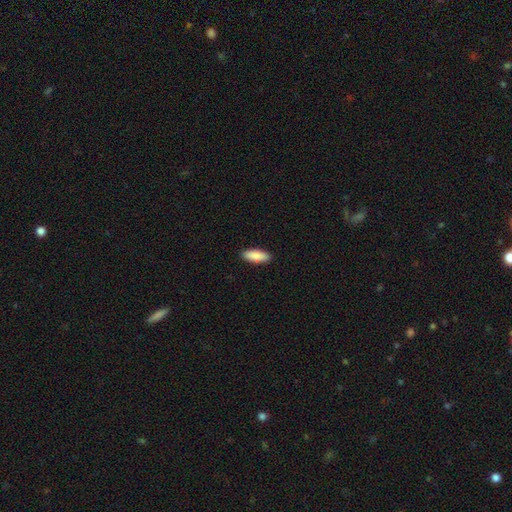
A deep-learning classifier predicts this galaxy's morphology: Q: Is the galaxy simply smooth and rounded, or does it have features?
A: smooth — 88%.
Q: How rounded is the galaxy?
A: in between — 65%.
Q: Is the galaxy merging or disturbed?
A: none — 90%.